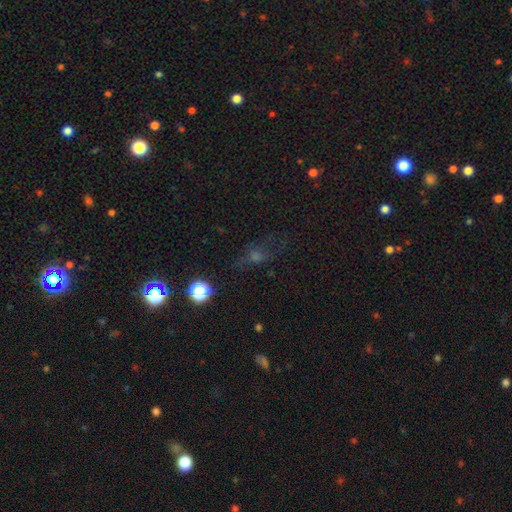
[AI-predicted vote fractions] Overall: star or artifact (38%, tied with smooth).